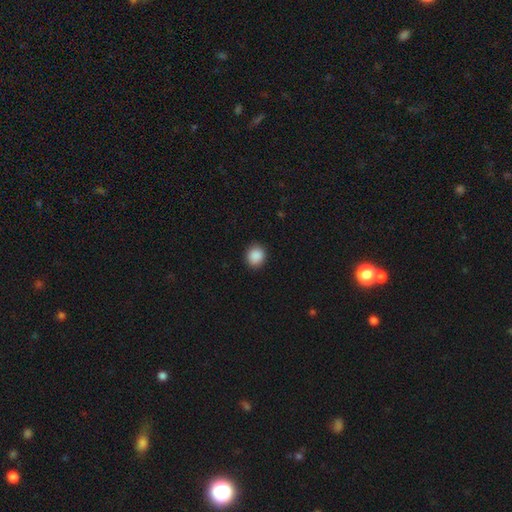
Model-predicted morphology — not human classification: type=smooth (89%); roundness=round (79%); merging=none (90%).